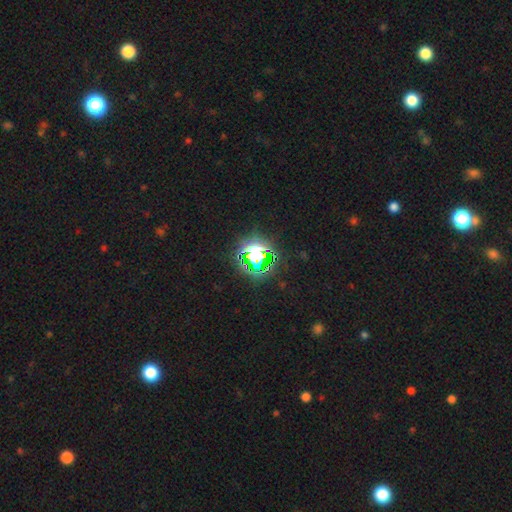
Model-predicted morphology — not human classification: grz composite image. It shows a star or artifact, not a galaxy (68%).